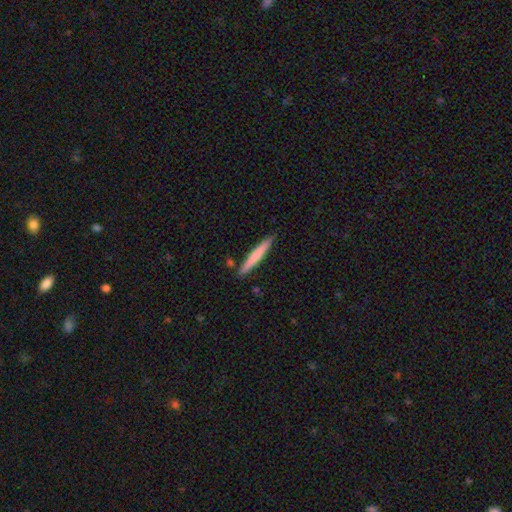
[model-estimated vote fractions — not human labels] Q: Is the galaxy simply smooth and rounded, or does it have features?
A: smooth — 69%.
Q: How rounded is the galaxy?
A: cigar-shaped — 96%.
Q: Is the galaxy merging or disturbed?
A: none — 88%.